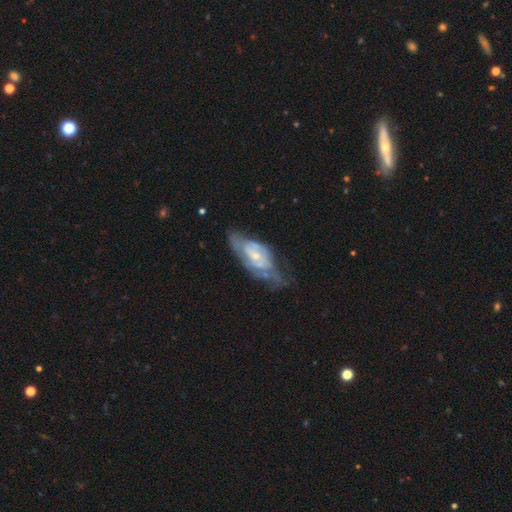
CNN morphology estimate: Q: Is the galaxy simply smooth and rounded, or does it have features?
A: featured or disk — 72%.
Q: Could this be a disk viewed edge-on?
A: no — 89%.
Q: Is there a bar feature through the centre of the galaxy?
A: no — 61%.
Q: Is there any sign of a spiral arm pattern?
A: yes — 70%.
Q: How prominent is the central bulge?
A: small — 55%.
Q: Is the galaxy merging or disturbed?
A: none — 42%.